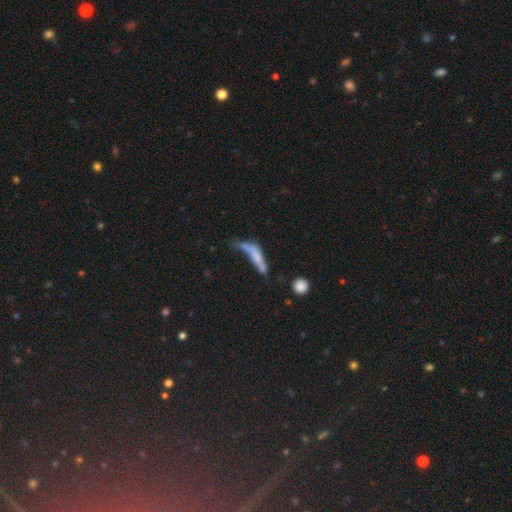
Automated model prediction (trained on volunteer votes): A smooth galaxy with no disk features (57%) that is cigar-shaped (73%). Merging: major disturbance (31%).